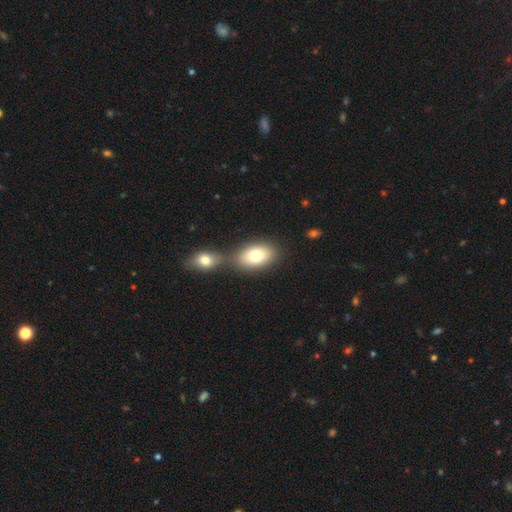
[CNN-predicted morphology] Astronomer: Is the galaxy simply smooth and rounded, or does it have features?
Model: smooth — 77%.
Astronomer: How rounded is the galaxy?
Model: in between — 86%.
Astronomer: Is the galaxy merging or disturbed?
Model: none — 49% (runner-up: merger, 38%).